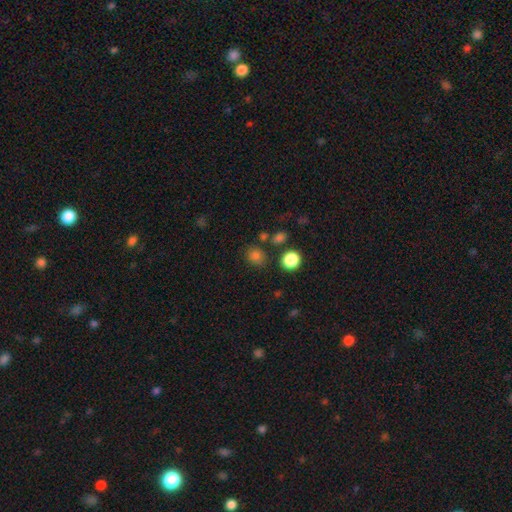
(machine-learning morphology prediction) A smooth galaxy with no disk features (79%) that is round (73%). Merging: none (77%).